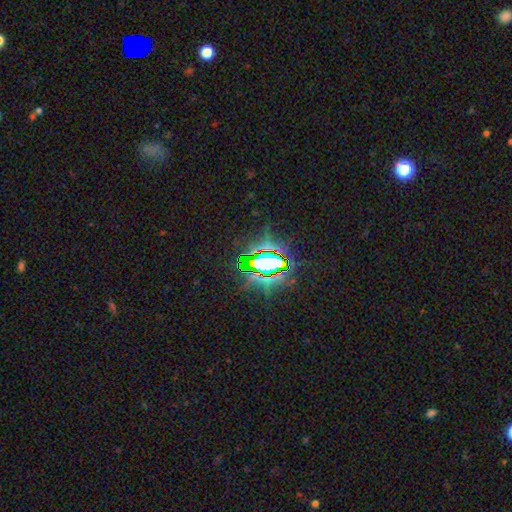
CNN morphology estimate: type=star or artifact (80%).